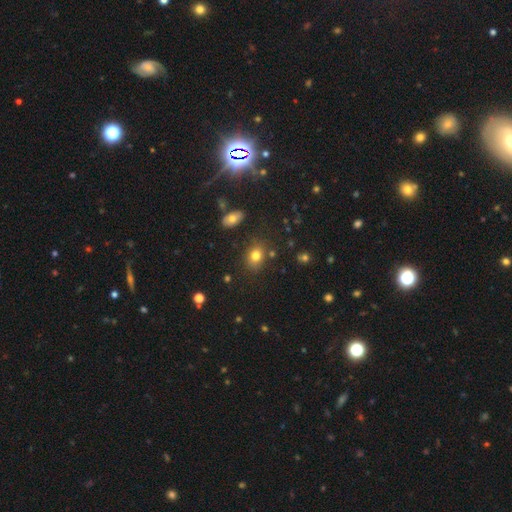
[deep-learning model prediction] The model was most divided on "how rounded": in between: 60%, round: 39%, cigar-shaped: 1%. More confident: merging — none (78%); smooth or featured — smooth (77%).